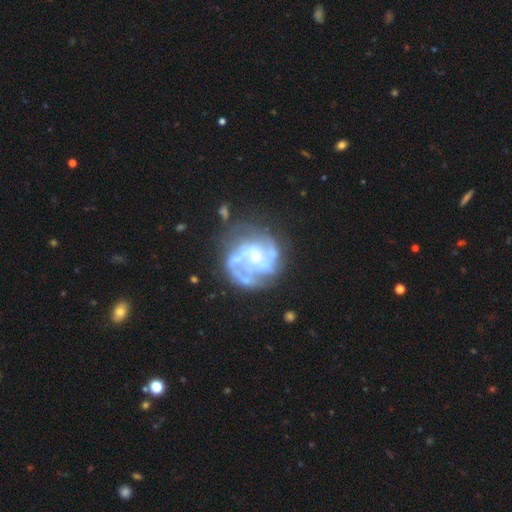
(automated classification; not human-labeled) Smooth or featured: featured or disk — 82% (smooth — 11%)
Edge-on disk: no — 98% (yes — 2%)
Bar: no — 64% (weak — 29%)
Spiral arms: yes — 80% (no — 20%)
Spiral winding: medium — 45% (tight — 34%)
Spiral arm count: 2 — 38% (can't tell — 27%)
Bulge size: moderate — 50% (small — 37%)
Merging: none — 50% (major disturbance — 23%)